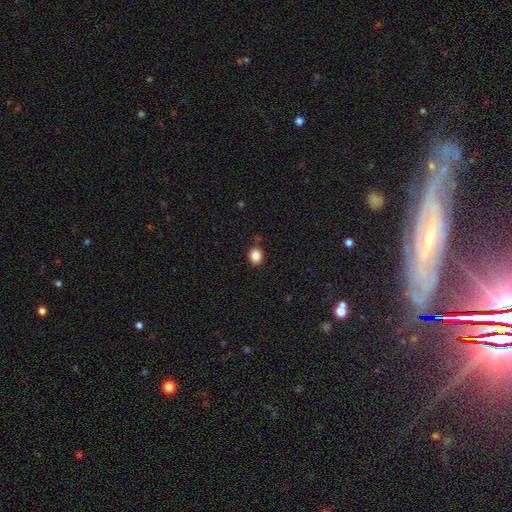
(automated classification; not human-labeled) smooth_or_featured: smooth (p=0.86) [alt: star or artifact p=0.10]
how_rounded: round (p=0.59) [alt: in between p=0.40]
merging: none (p=0.86) [alt: minor disturbance p=0.09]